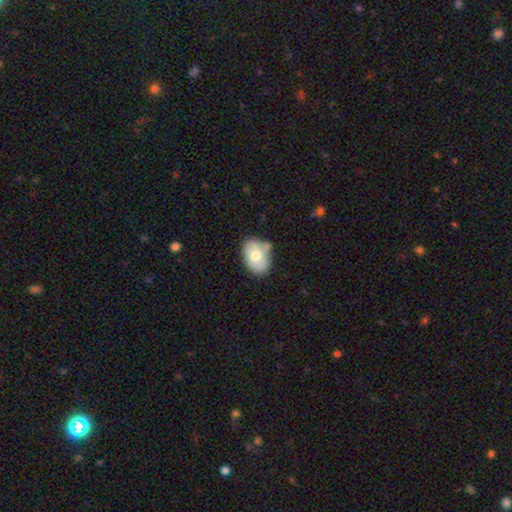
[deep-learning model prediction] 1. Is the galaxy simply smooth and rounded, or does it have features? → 73% smooth, 20% featured or disk, 7% star or artifact.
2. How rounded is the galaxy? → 80% in between, 19% round, 1% cigar-shaped.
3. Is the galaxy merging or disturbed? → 61% none, 24% minor disturbance, 10% merger, 5% major disturbance.